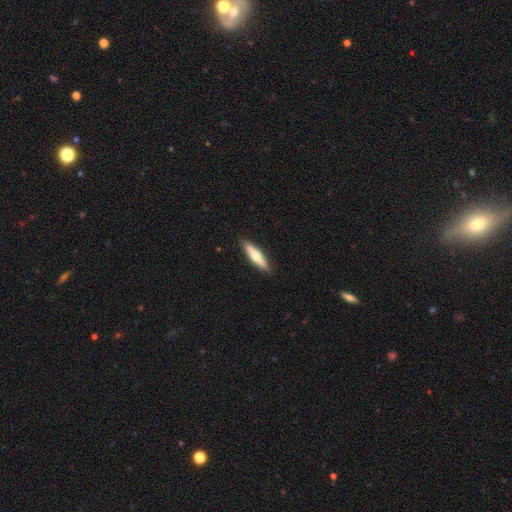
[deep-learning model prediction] A smooth galaxy with no disk features (56%) that is cigar-shaped (76%).

Vote fractions:
- Smooth or featured? smooth: 56% / featured or disk: 38% / star or artifact: 5%
- How rounded? cigar-shaped: 76% / in between: 22% / round: 2%
- Merging? none: 89% / minor disturbance: 8% / major disturbance: 2% / merger: 1%